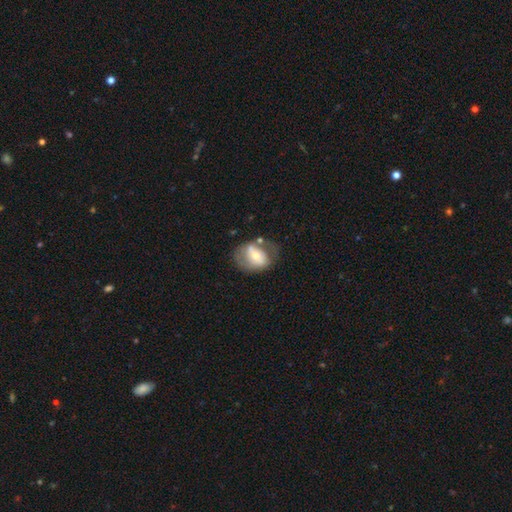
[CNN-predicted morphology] A featured or disk galaxy (53%) with no bar (50%), no spiral arms (51%) and a moderate central bulge (55%).

Vote fractions:
- Smooth or featured? featured or disk: 53% / smooth: 40% / star or artifact: 7%
- Edge-on disk? no: 95% / yes: 5%
- Bar? no: 50% / weak: 30% / strong: 20%
- Spiral arms? no: 51% / yes: 49%
- Bulge size? moderate: 55% / small: 35% / large: 7% / none: 2% / dominant: 1%
- Merging? none: 48% / minor disturbance: 24% / major disturbance: 17% / merger: 11%